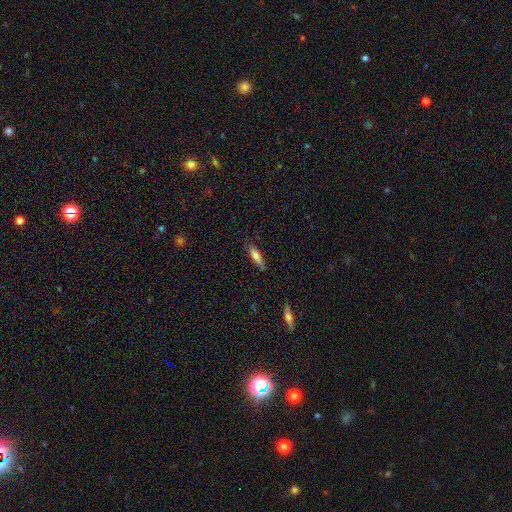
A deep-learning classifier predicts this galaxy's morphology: Smooth or featured? smooth (73%)
How rounded? cigar-shaped (60%)
Merging? none (80%)